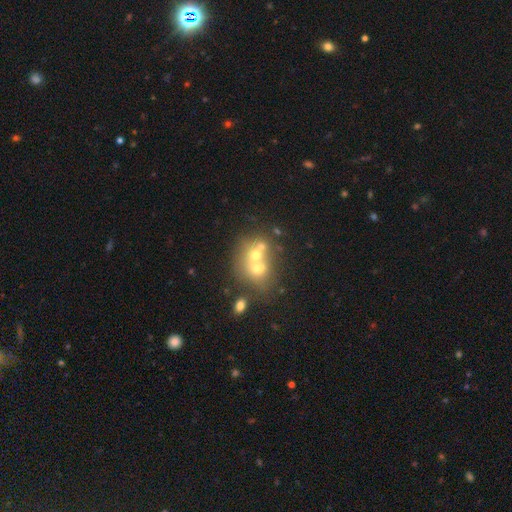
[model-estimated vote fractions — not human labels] The model was most divided on "smooth or featured": smooth: 50%, featured or disk: 34%, star or artifact: 16%. More confident: how rounded — round (66%); merging — merger (62%).